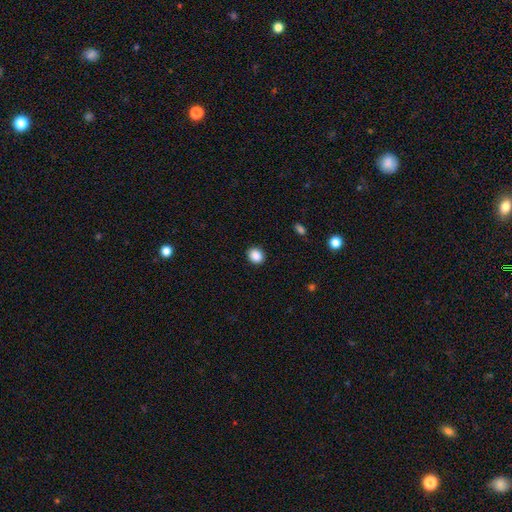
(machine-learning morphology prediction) Smooth or featured? smooth (88%)
How rounded? round (67%)
Merging? none (90%)